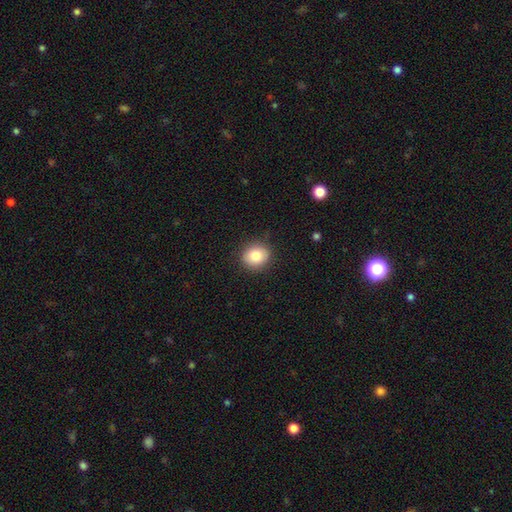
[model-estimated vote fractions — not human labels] Smooth or featured: smooth — 82% (star or artifact — 9%)
How rounded: round — 81% (in between — 18%)
Merging: none — 89% (minor disturbance — 8%)